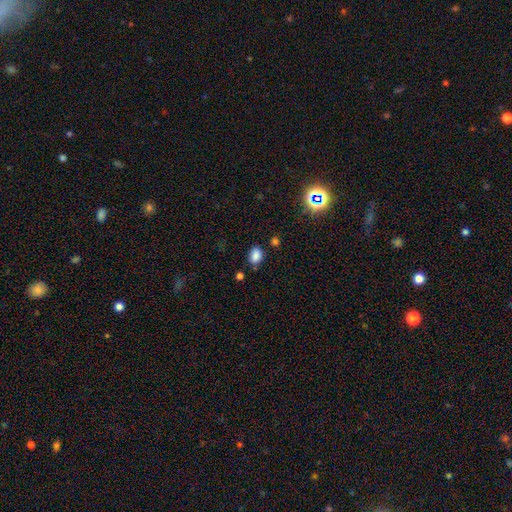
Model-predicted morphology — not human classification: Overall: smooth (83%). How rounded: in between (75%). Merging: none (78%).